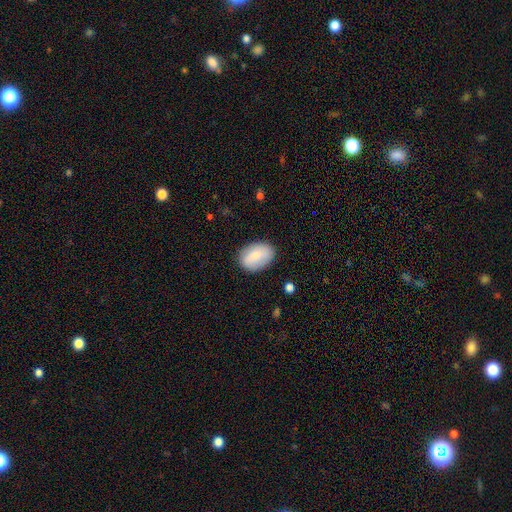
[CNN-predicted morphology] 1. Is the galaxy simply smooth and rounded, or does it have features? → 74% smooth, 20% featured or disk, 6% star or artifact.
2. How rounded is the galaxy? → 84% in between, 15% round, 1% cigar-shaped.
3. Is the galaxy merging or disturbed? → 82% none, 13% minor disturbance, 3% major disturbance, 1% merger.